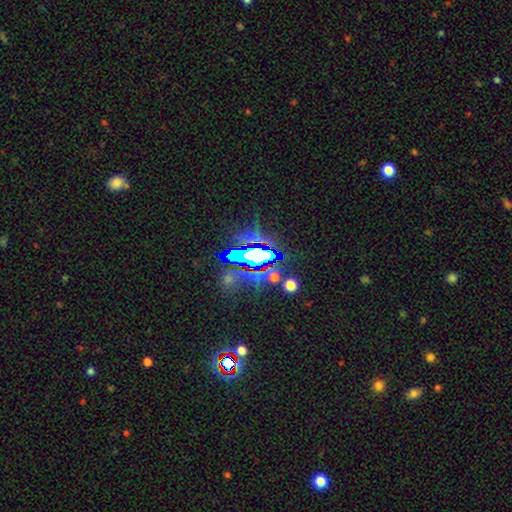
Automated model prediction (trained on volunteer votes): Smooth or featured?
  - star or artifact: 68% *
  - smooth: 17%
  - featured or disk: 15%